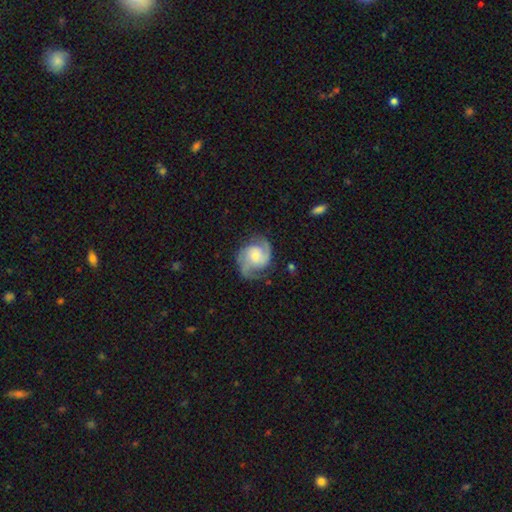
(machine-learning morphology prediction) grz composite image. It shows a featured or disk galaxy (87%) with no bar (61%), 2 (84%) medium (53%) spiral arms (97%) and a moderate central bulge (44%). Merging: none (74%).